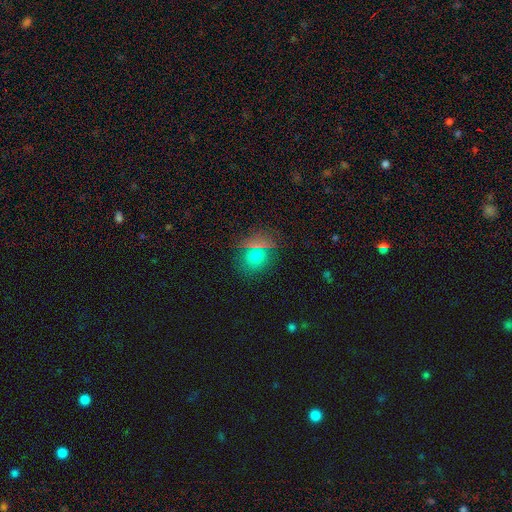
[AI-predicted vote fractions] Smooth or featured?
  - smooth: 70% *
  - star or artifact: 20%
  - featured or disk: 9%
How rounded?
  - round: 70% *
  - in between: 28%
  - cigar-shaped: 2%
Merging?
  - none: 81% *
  - minor disturbance: 11%
  - merger: 4%
  - major disturbance: 4%